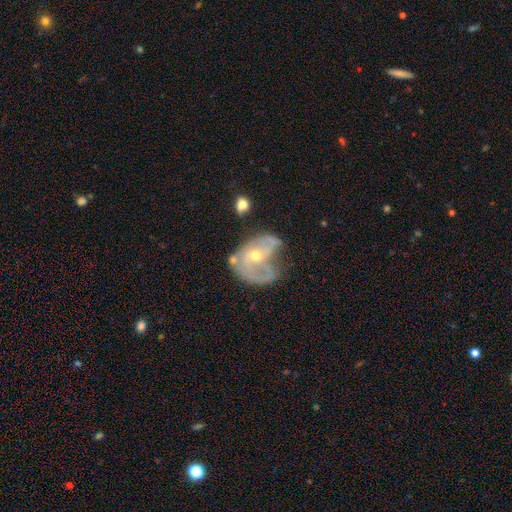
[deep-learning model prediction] featured or disk 68%, smooth 24%, star or artifact 8%. Down the decision tree: edge-on disk — no (96%); bar — no (69%); spiral arms — yes (55%); bulge size — small (51%); merging — major disturbance (41%).